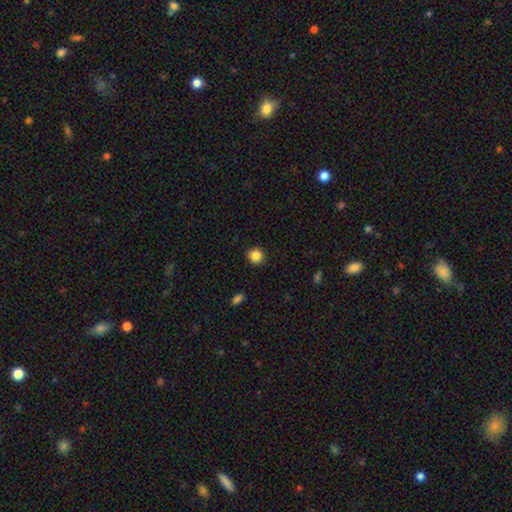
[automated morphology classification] smooth 85%, star or artifact 10%, featured or disk 4%. Down the decision tree: how rounded — round (92%); merging — none (91%).